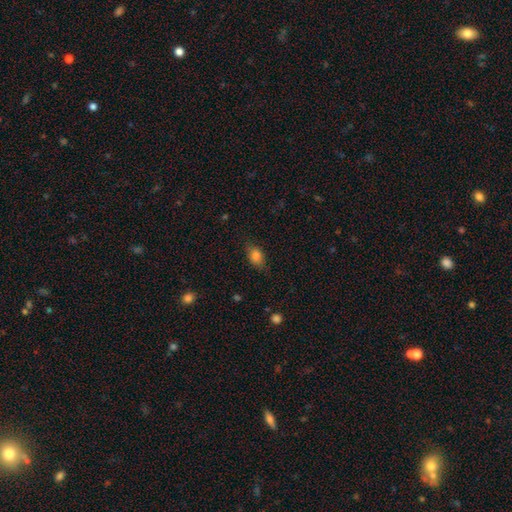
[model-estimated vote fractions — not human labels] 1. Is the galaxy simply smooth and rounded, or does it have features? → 81% smooth, 10% star or artifact, 9% featured or disk.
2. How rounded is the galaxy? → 81% in between, 15% round, 4% cigar-shaped.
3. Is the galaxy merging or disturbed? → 79% none, 16% minor disturbance, 4% major disturbance, 1% merger.